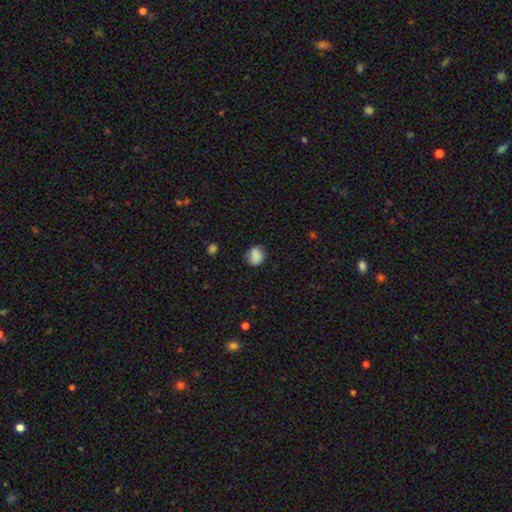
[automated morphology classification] Overall: smooth (85%). How rounded: round (65%; in between 34%). Merging: none (74%).